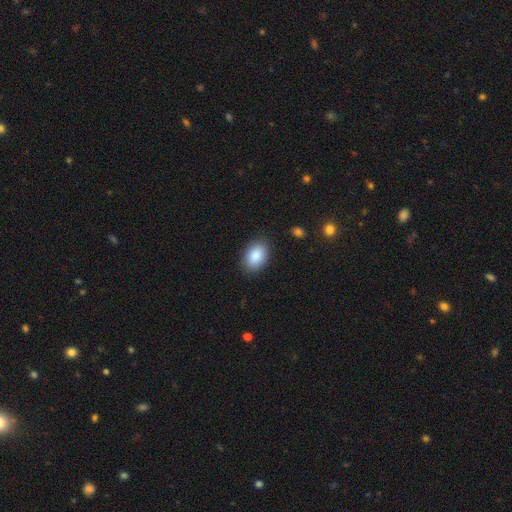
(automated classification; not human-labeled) smooth_or_featured: smooth (p=0.88) [alt: star or artifact p=0.07]
how_rounded: in between (p=0.84) [alt: round p=0.15]
merging: none (p=0.86) [alt: minor disturbance p=0.10]